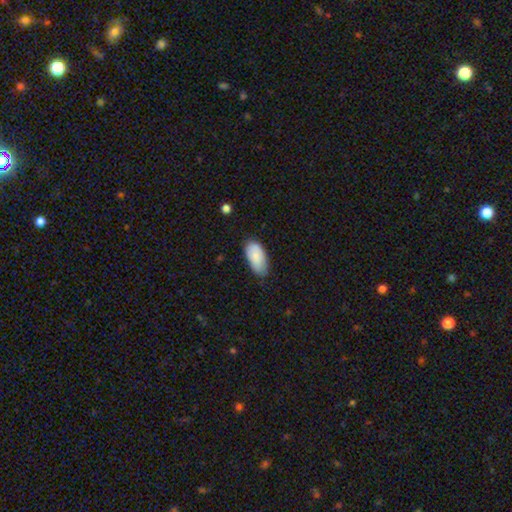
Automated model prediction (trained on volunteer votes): Overall: smooth (82%). How rounded: in between (94%). Merging: none (64%; minor disturbance 30%).